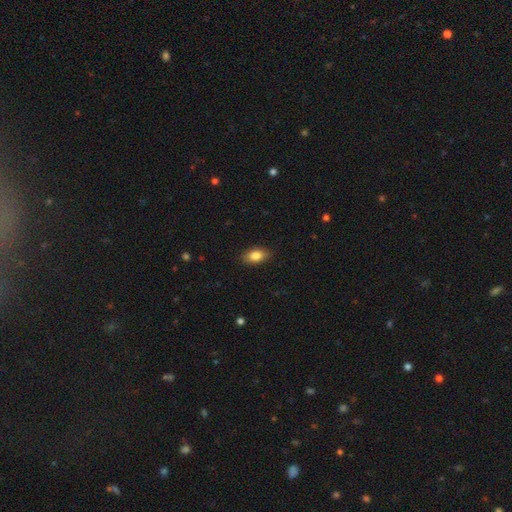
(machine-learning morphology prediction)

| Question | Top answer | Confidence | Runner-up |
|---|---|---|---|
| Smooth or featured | smooth | 84% | featured or disk (9%) |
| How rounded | in between | 90% | round (7%) |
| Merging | none | 87% | minor disturbance (10%) |